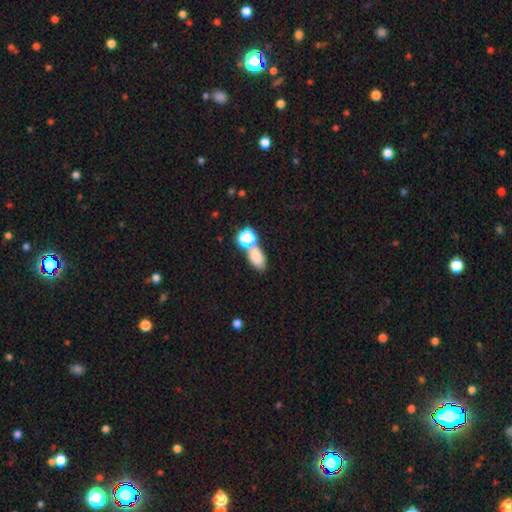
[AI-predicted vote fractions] smooth_or_featured: smooth (p=0.76) [alt: star or artifact p=0.15]
how_rounded: in between (p=0.82) [alt: round p=0.15]
merging: none (p=0.53) [alt: merger p=0.30]